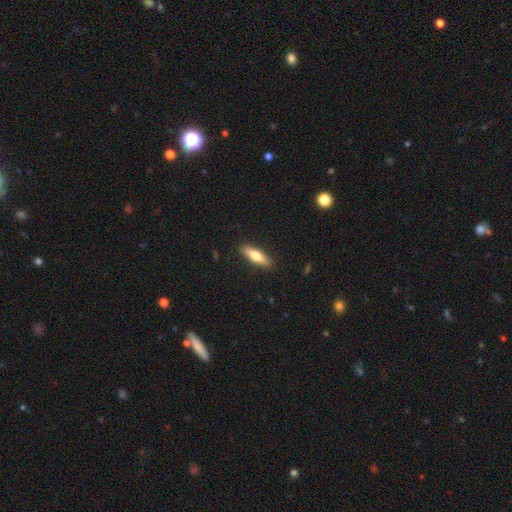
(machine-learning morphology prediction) type=smooth (70%); roundness=cigar-shaped (61%); merging=none (89%).